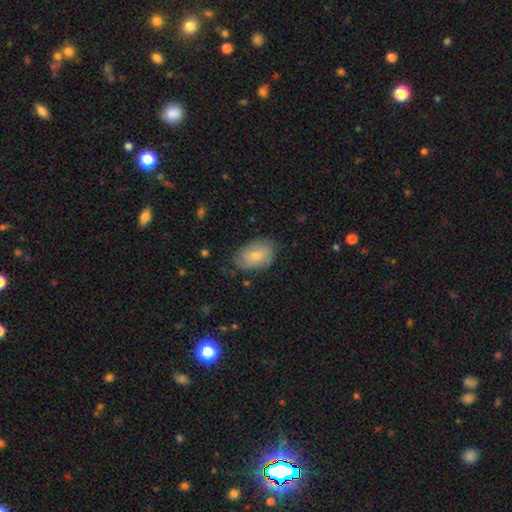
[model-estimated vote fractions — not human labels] Morphology: type=smooth (68%); roundness=in between (85%); merging=none (70%).